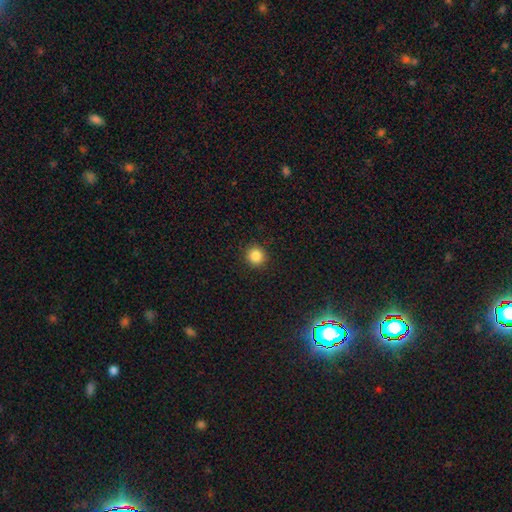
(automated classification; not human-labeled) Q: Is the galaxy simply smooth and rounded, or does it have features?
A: smooth — 86%.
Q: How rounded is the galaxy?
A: round — 92%.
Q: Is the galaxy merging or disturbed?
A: none — 91%.